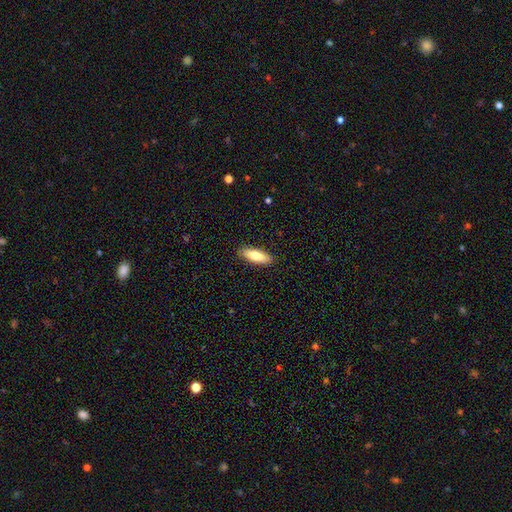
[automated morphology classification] Smooth or featured? Predicted: smooth (p=0.79). How rounded? Predicted: in between (p=0.60). Merging? Predicted: none (p=0.90).